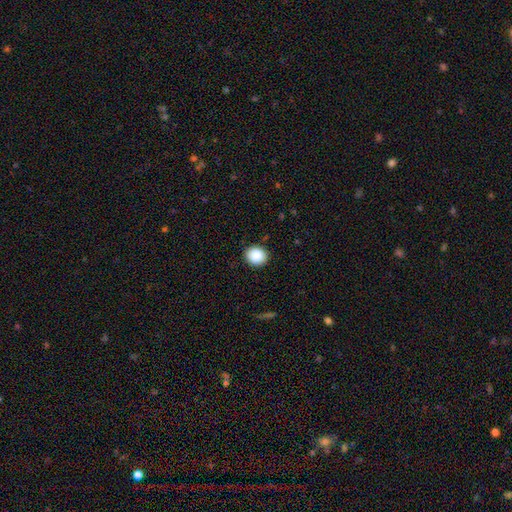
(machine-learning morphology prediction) A smooth galaxy with no disk features (87%) that is round (79%). Merging: none (90%).